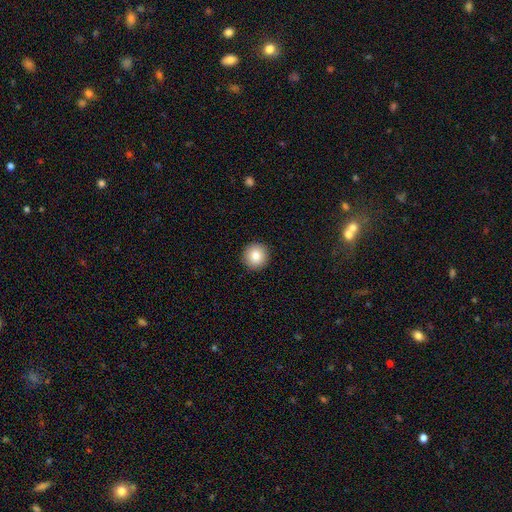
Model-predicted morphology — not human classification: smooth_or_featured: smooth (p=0.83) [alt: star or artifact p=0.09]
how_rounded: round (p=0.95) [alt: in between p=0.04]
merging: none (p=0.93) [alt: minor disturbance p=0.05]